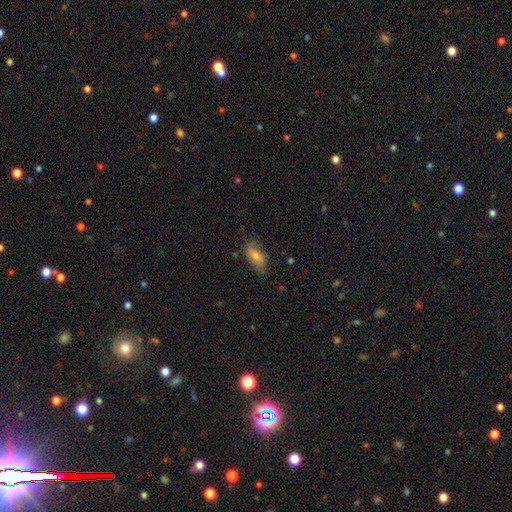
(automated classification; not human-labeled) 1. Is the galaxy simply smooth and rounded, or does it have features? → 54% smooth, 37% featured or disk, 10% star or artifact.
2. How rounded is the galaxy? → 81% in between, 15% cigar-shaped, 4% round.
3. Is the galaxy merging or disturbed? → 72% none, 21% minor disturbance, 5% major disturbance, 1% merger.